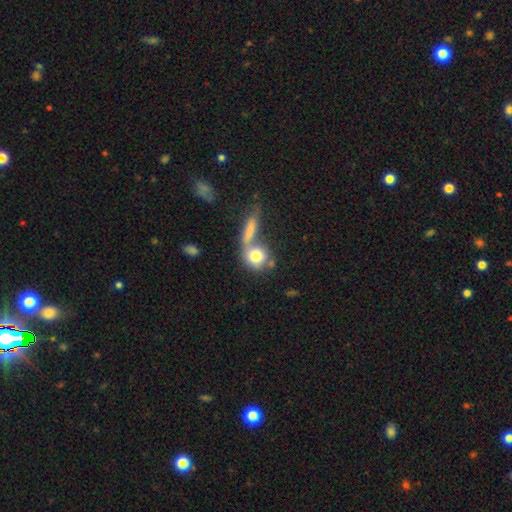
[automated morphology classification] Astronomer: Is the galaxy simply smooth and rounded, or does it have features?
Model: smooth — 76%.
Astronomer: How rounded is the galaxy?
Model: round — 75%.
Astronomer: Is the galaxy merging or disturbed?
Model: merger — 41% (runner-up: none, 39%).